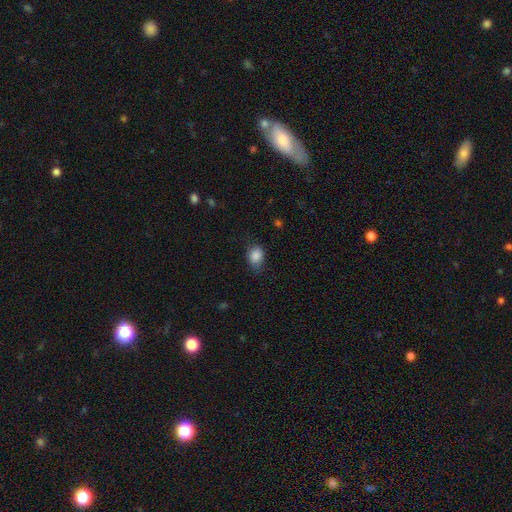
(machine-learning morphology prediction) This is clearly a smooth galaxy (86%). How rounded: likely in between (66%). Merging: likely none (68%).